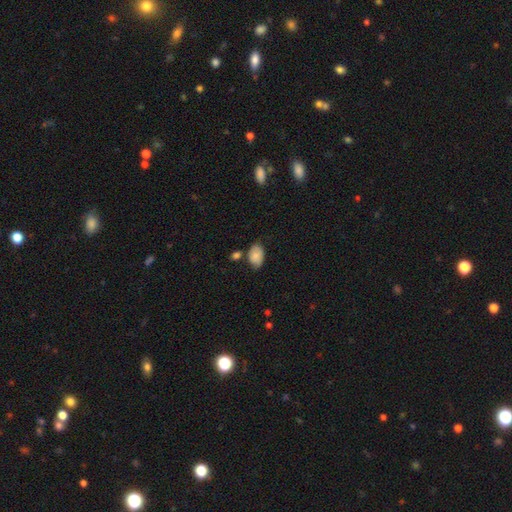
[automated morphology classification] This appears to be a smooth galaxy with no disk features (82%) that is in between round and cigar-shaped (90%). Merging: none (64%).